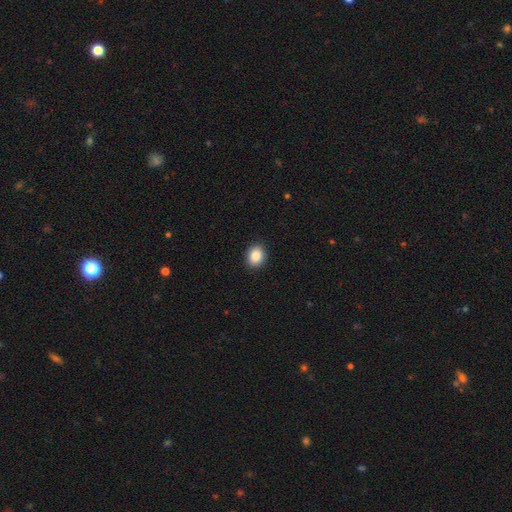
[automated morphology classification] Overall: smooth (87%). How rounded: round (52%; in between 47%). Merging: none (91%).